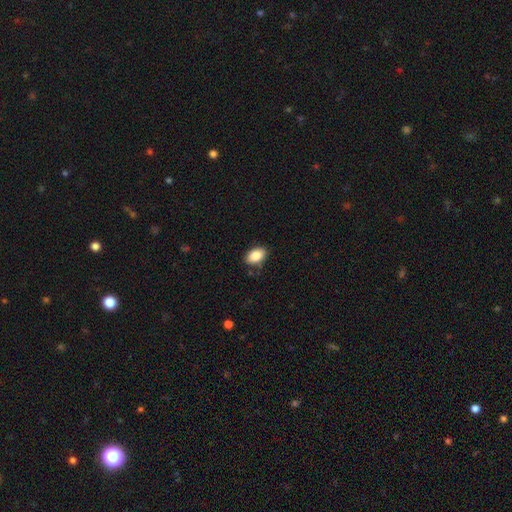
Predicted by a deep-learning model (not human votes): The model was most divided on "merging": none: 84%, minor disturbance: 12%, major disturbance: 2%, merger: 2%. More confident: how rounded — in between (88%); smooth or featured — smooth (86%).